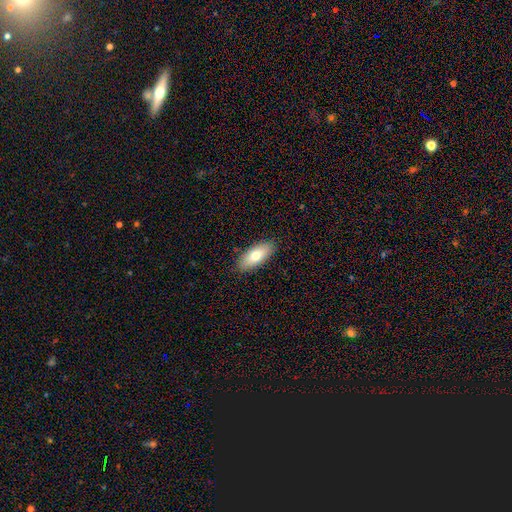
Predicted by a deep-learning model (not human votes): A smooth galaxy with no disk features (74%) that is in between round and cigar-shaped (82%). Merging: none (88%).